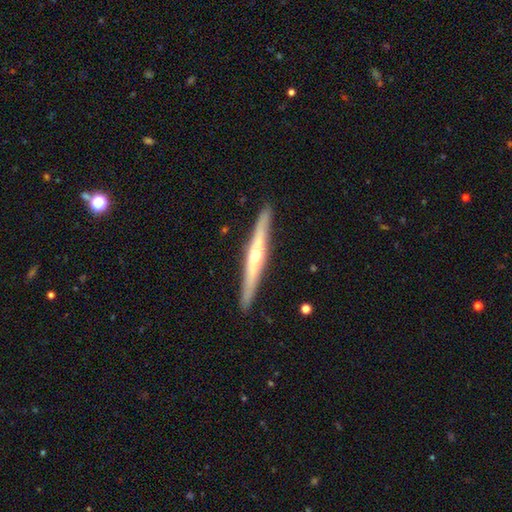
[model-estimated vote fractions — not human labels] Smooth or featured?
  - featured or disk: 74% *
  - smooth: 20%
  - star or artifact: 5%
Edge-on disk?
  - yes: 97% *
  - no: 3%
Edge-on bulge?
  - rounded: 85% *
  - none: 11%
  - boxy: 4%
Merging?
  - none: 91% *
  - minor disturbance: 7%
  - major disturbance: 1%
  - merger: 1%